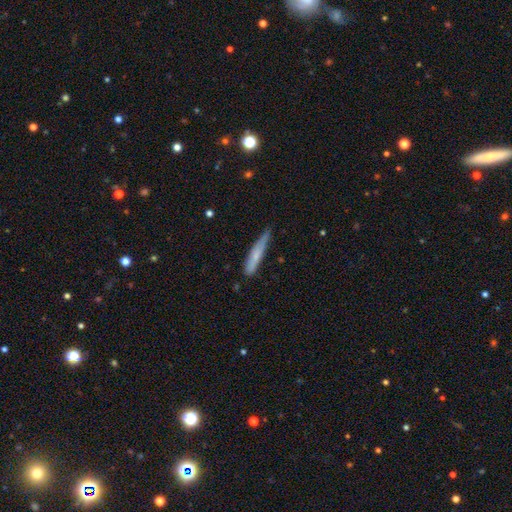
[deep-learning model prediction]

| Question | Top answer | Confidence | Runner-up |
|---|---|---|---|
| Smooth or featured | smooth | 66% | featured or disk (28%) |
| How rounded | cigar-shaped | 93% | in between (6%) |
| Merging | none | 65% | minor disturbance (28%) |